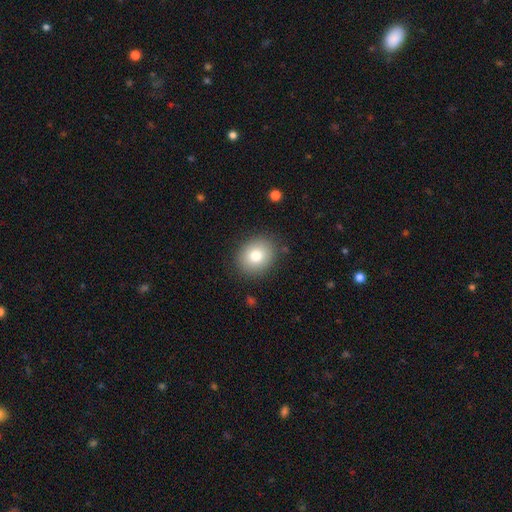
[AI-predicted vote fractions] A smooth galaxy with no disk features (79%) that is round (65%). Merging: none (87%).